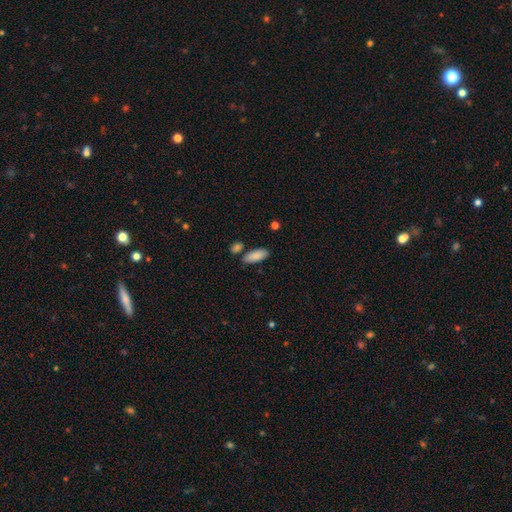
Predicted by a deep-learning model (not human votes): The model was most divided on "merging": none: 75%, minor disturbance: 13%, merger: 10%, major disturbance: 3%. More confident: smooth or featured — smooth (88%); how rounded — in between (81%).